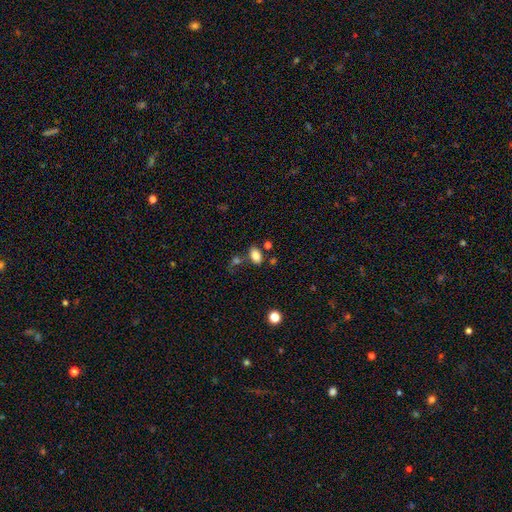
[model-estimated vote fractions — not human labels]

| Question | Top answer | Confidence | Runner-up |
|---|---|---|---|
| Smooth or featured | smooth | 83% | star or artifact (10%) |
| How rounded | in between | 88% | round (11%) |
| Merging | none | 72% | minor disturbance (13%) |